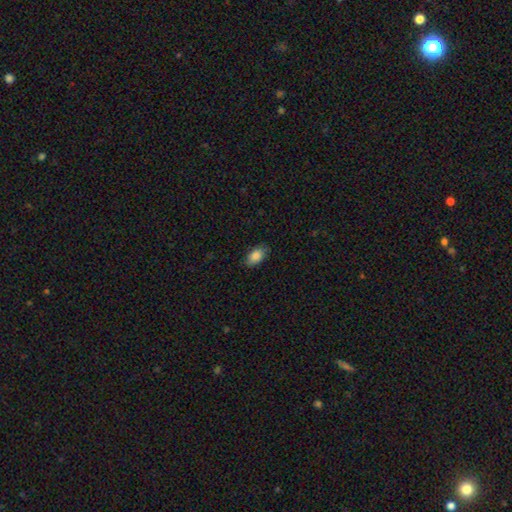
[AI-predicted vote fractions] Overall: smooth (86%). How rounded: in between (92%). Merging: none (84%).